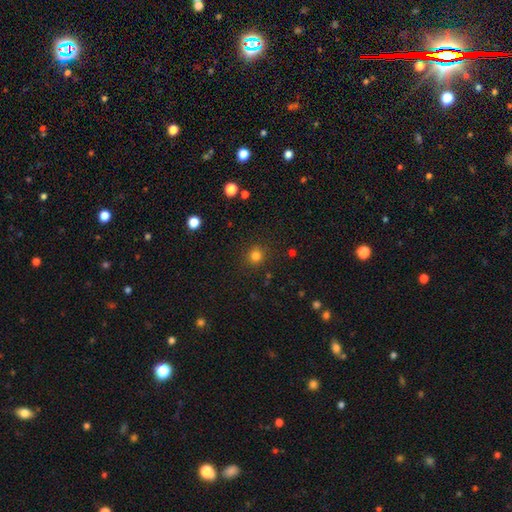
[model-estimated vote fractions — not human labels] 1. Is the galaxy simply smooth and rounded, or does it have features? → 80% smooth, 15% star or artifact, 5% featured or disk.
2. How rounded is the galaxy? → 91% round, 8% in between, 1% cigar-shaped.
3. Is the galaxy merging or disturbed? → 88% none, 7% minor disturbance, 3% major disturbance, 2% merger.